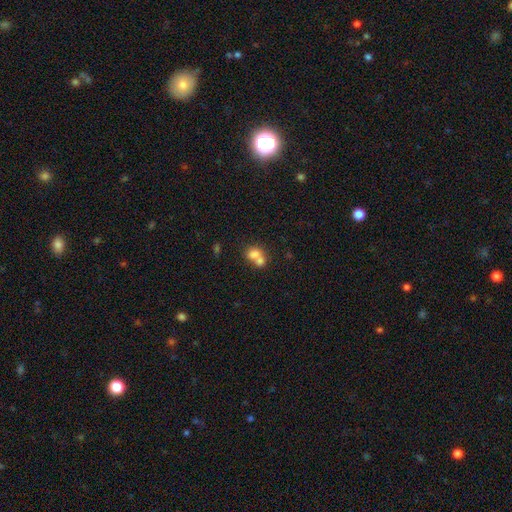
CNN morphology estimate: Overall: smooth (73%). How rounded: round (52%; in between 47%). Merging: merger (65%; none 26%).